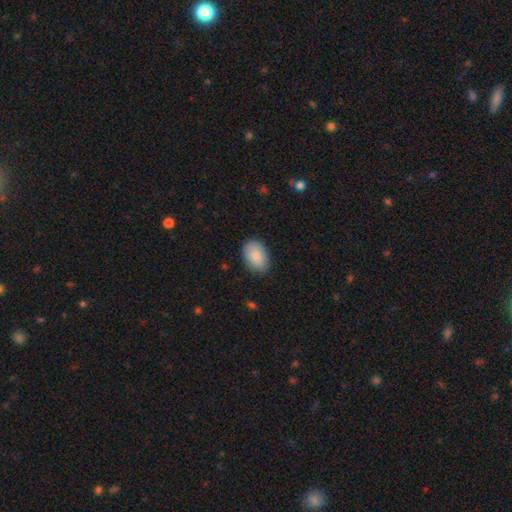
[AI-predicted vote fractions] This is clearly a smooth galaxy (86%). How rounded: clearly in between (86%). Merging: clearly none (84%).